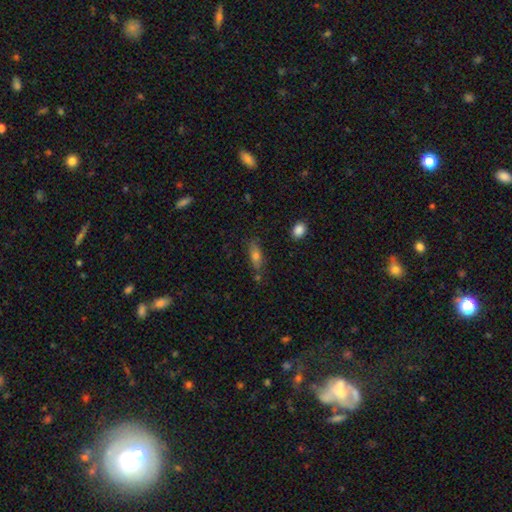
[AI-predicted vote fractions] This is likely a smooth galaxy (67%). How rounded: possibly in between (55%). Merging: likely none (72%).